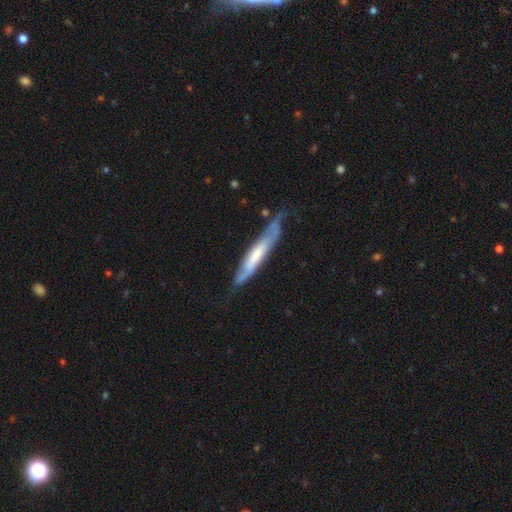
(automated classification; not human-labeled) featured or disk 53%, smooth 41%, star or artifact 5%. Down the decision tree: edge-on disk — yes (62%); merging — none (54%).